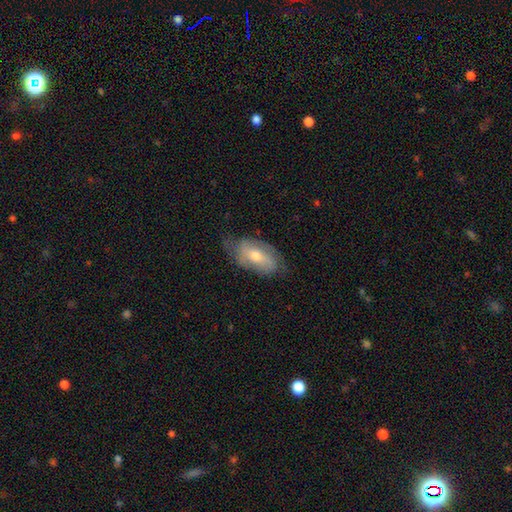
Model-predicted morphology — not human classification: Smooth or featured? Predicted: featured or disk (p=0.53). Edge-on disk? Predicted: no (p=0.89). Merging? Predicted: none (p=0.62).